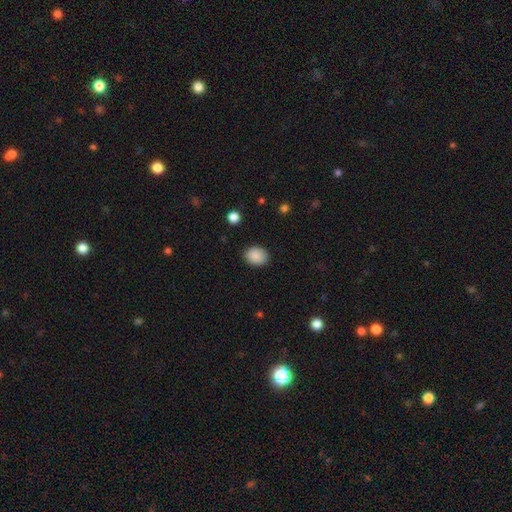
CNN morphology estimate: Smooth or featured? smooth (89%)
How rounded? round (50%)
Merging? none (87%)